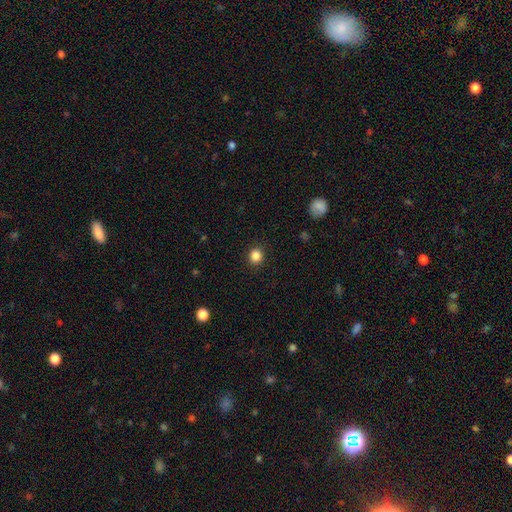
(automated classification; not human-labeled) Overall: smooth (85%). How rounded: round (87%). Merging: none (91%).